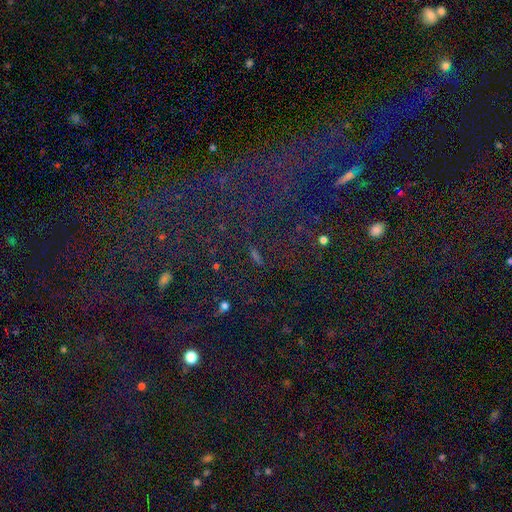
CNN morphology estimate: Smooth or featured: star or artifact — 60% (smooth — 27%)